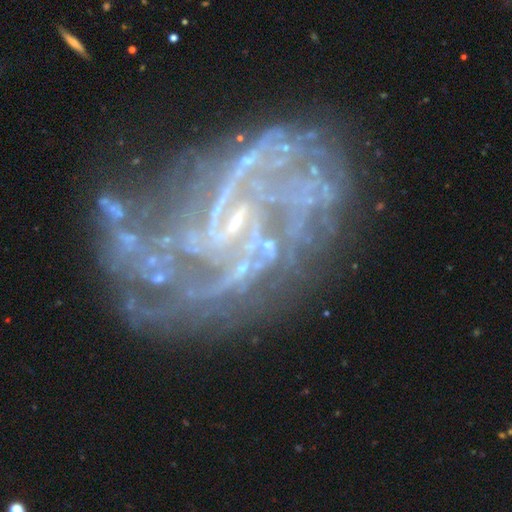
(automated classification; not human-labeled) Morphology: type=featured or disk (89%); edge-on=no (98%); bar=weak (49%); spiral arms=yes (94%); winding=medium (45%); arm count=2 (39%); bulge=small (60%); merging=none (52%).